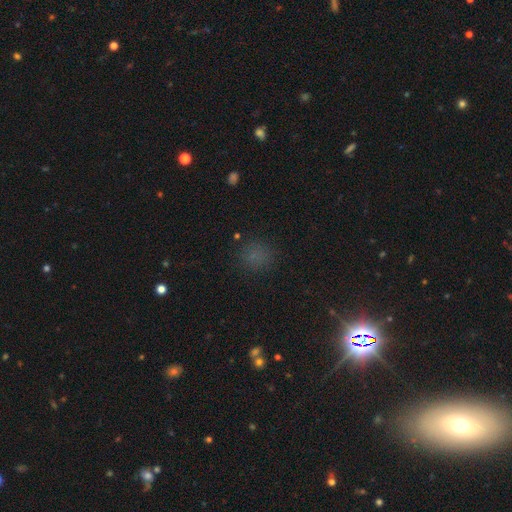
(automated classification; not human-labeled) A smooth galaxy with no disk features (65%) that is round (85%). Merging: none (82%).